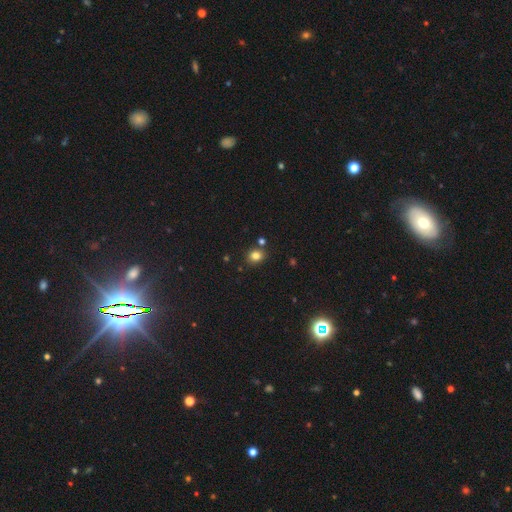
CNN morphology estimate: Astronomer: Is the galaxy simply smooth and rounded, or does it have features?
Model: smooth — 81%.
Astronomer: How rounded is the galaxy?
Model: round — 65%.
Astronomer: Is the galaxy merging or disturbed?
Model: none — 80%.